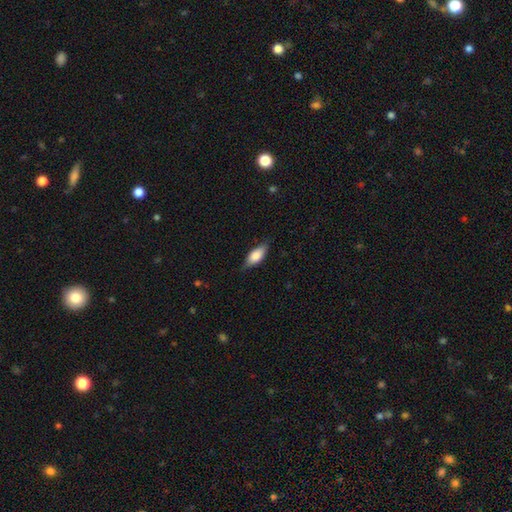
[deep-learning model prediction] Smooth or featured?
  - smooth: 75% *
  - featured or disk: 19%
  - star or artifact: 6%
How rounded?
  - in between: 80% *
  - cigar-shaped: 17%
  - round: 3%
Merging?
  - none: 77% *
  - minor disturbance: 18%
  - major disturbance: 4%
  - merger: 1%